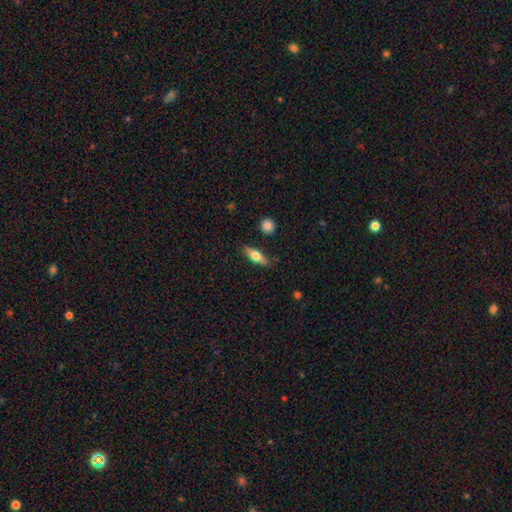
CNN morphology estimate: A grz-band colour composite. It shows a smooth galaxy with no disk features (56%) that is cigar-shaped (49%). Merging: none (82%).